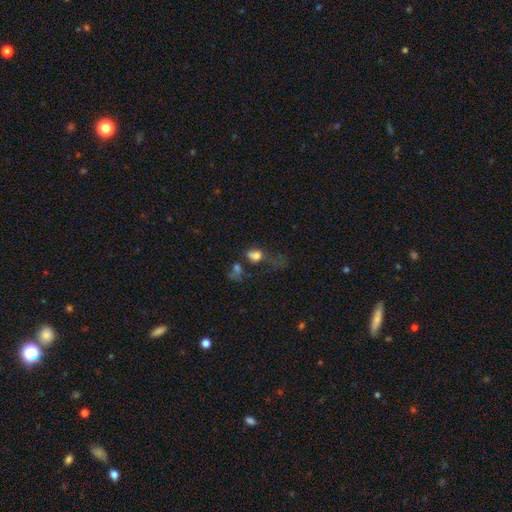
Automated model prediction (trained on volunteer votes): smooth_or_featured: smooth (p=0.67) [alt: star or artifact p=0.18]
how_rounded: in between (p=0.56) [alt: round p=0.41]
merging: major disturbance (p=0.34) [alt: merger p=0.27]